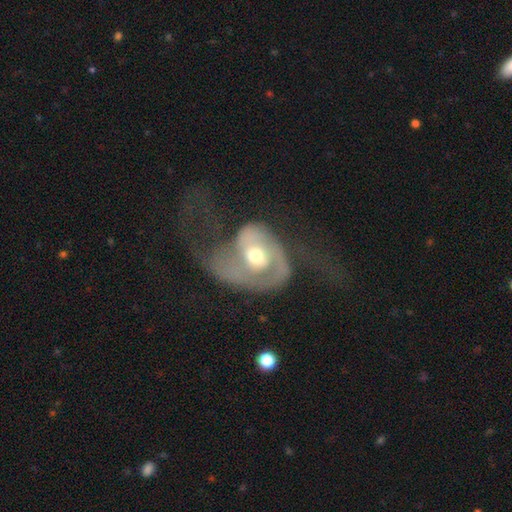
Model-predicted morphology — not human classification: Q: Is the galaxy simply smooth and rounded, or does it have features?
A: featured or disk — 74%.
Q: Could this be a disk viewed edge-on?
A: no — 96%.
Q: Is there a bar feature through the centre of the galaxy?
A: no — 69%.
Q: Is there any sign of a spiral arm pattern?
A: yes — 77%.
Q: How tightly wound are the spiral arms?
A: medium — 38%.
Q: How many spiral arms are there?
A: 1 — 40%, tied with 2.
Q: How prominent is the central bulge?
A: moderate — 71%.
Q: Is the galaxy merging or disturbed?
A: major disturbance — 61%.